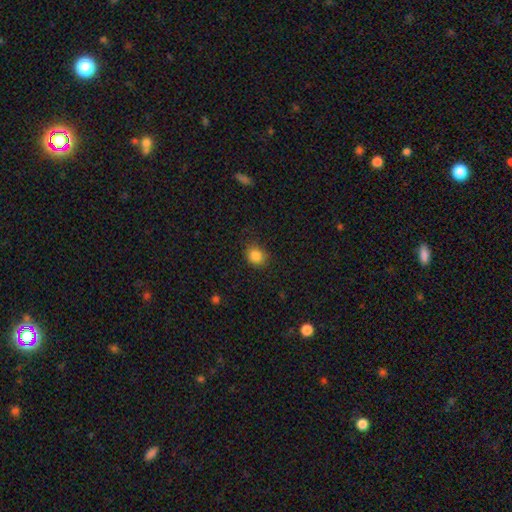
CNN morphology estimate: smooth 86%, star or artifact 11%, featured or disk 4%. Down the decision tree: how rounded — round (71%); merging — none (82%).